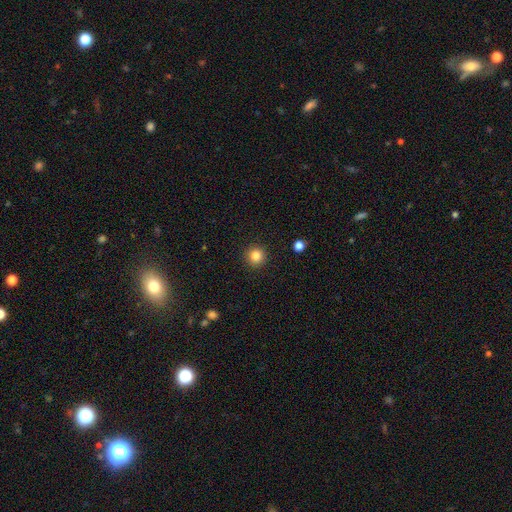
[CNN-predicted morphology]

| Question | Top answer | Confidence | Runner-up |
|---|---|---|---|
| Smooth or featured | smooth | 84% | star or artifact (11%) |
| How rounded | round | 95% | in between (4%) |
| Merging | none | 92% | minor disturbance (5%) |